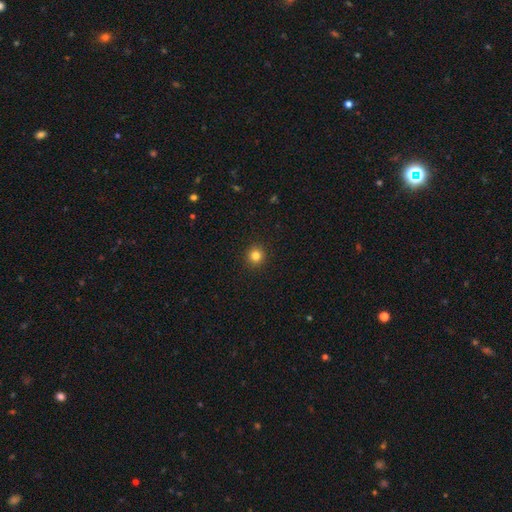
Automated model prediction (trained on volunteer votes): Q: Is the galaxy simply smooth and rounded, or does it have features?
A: smooth — 82%.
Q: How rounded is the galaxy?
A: round — 94%.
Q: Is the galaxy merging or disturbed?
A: none — 93%.